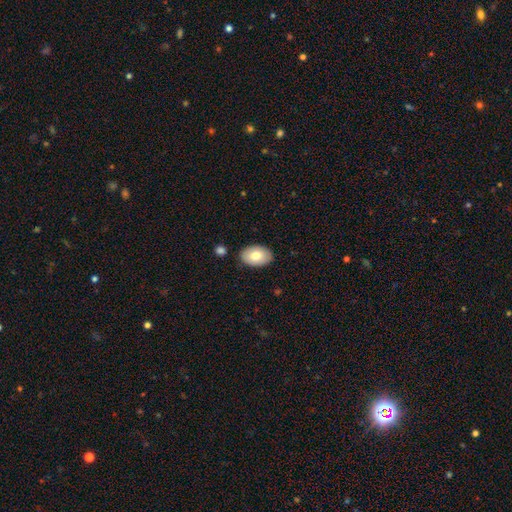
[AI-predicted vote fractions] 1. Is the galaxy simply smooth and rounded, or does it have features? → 77% smooth, 17% featured or disk, 6% star or artifact.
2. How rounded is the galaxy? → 92% in between, 7% round, 1% cigar-shaped.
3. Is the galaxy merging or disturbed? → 86% none, 10% minor disturbance, 2% merger, 2% major disturbance.